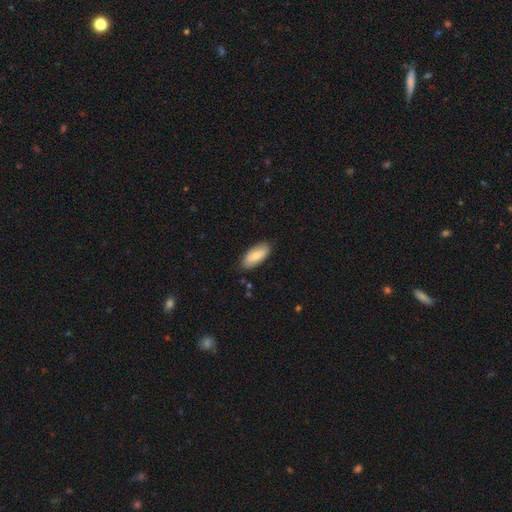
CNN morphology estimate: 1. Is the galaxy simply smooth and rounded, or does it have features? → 78% smooth, 16% featured or disk, 6% star or artifact.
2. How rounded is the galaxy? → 88% in between, 10% cigar-shaped, 2% round.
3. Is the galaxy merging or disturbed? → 84% none, 13% minor disturbance, 2% major disturbance, 1% merger.